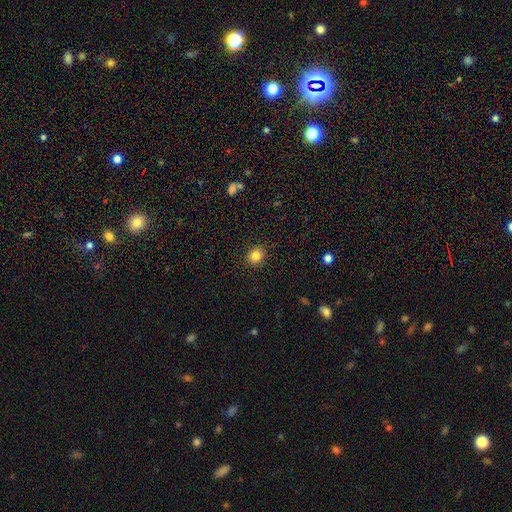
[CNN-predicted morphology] type=smooth (83%); roundness=round (85%); merging=none (91%).